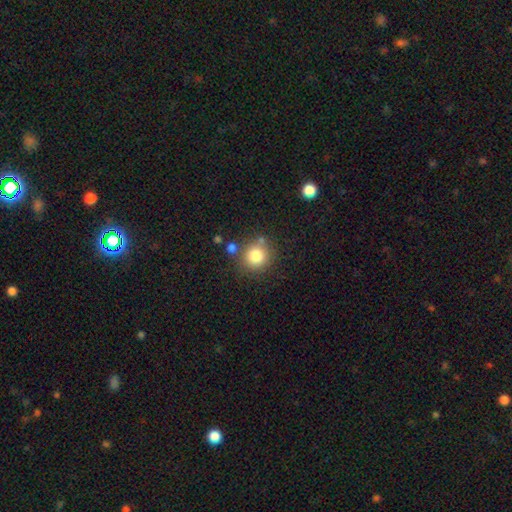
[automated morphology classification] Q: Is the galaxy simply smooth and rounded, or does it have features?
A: smooth — 82%.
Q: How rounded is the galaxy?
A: round — 90%.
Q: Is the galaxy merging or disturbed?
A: none — 74%.